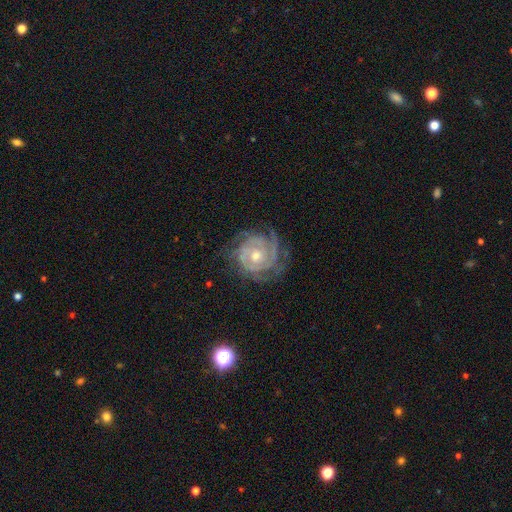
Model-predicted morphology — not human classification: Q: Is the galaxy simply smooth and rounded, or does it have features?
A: featured or disk — 88%.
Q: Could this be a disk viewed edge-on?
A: no — 97%.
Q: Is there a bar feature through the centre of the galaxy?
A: no — 77%.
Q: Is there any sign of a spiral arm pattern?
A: yes — 97%.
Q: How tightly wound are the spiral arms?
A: tight — 79%.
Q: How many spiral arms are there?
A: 3 — 30%.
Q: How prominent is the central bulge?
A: moderate — 55%.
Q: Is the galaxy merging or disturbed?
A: none — 74%.